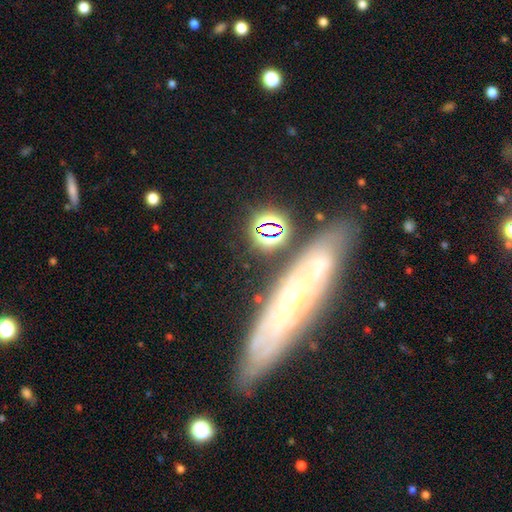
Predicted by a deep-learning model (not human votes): A featured or disk galaxy (69%).

Vote fractions:
- Smooth or featured? featured or disk: 69% / smooth: 21% / star or artifact: 10%
- Edge-on disk? no: 52% / yes: 48%
- Merging? none: 82% / minor disturbance: 12% / merger: 3% / major disturbance: 3%